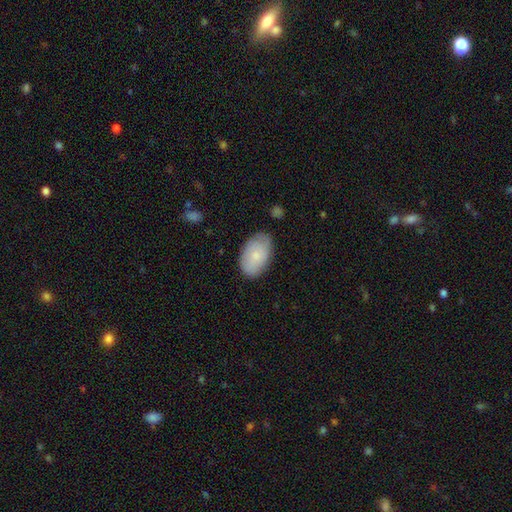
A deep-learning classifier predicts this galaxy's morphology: The model was most divided on "merging": none: 78%, minor disturbance: 18%, major disturbance: 3%, merger: 1%. More confident: how rounded — in between (93%); smooth or featured — smooth (78%).